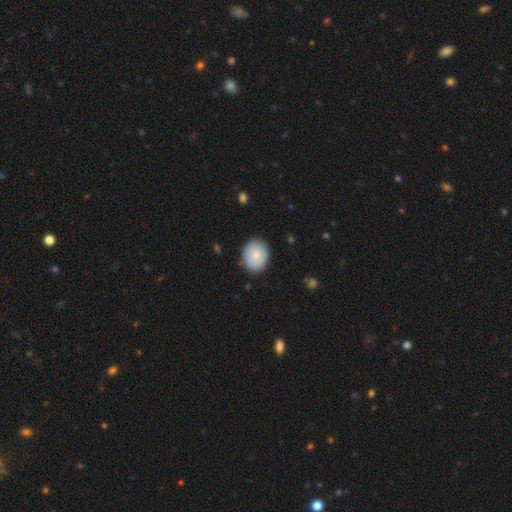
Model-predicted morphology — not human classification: The model was most divided on "how rounded": round: 55%, in between: 44%, cigar-shaped: 1%. More confident: merging — none (84%); smooth or featured — smooth (78%).